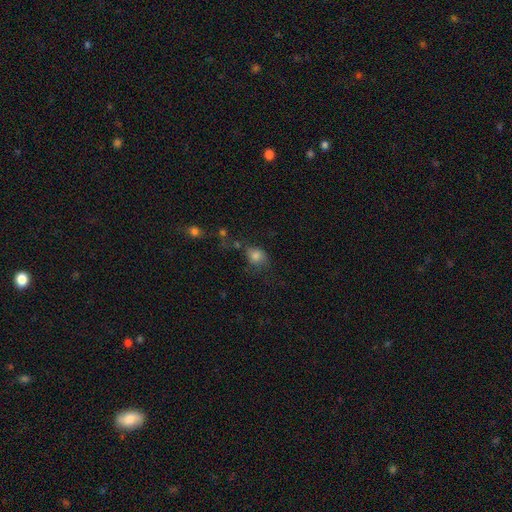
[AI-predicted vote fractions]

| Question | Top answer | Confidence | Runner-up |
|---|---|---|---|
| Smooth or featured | smooth | 78% | star or artifact (12%) |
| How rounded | round | 54% | in between (45%) |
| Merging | none | 45% | minor disturbance (26%) |